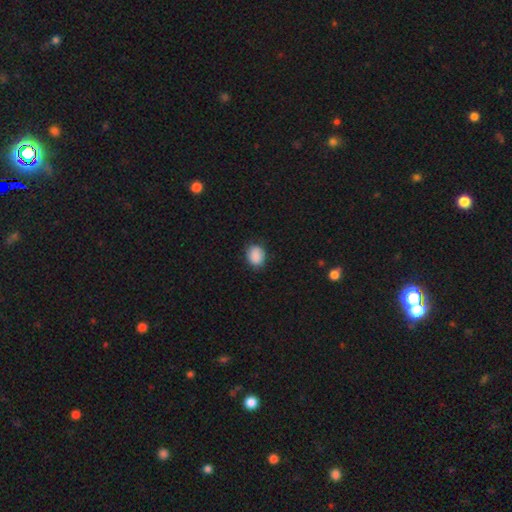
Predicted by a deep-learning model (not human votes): Smooth or featured: smooth — 89% (star or artifact — 8%)
How rounded: round — 50% (in between — 49%)
Merging: none — 84% (minor disturbance — 12%)